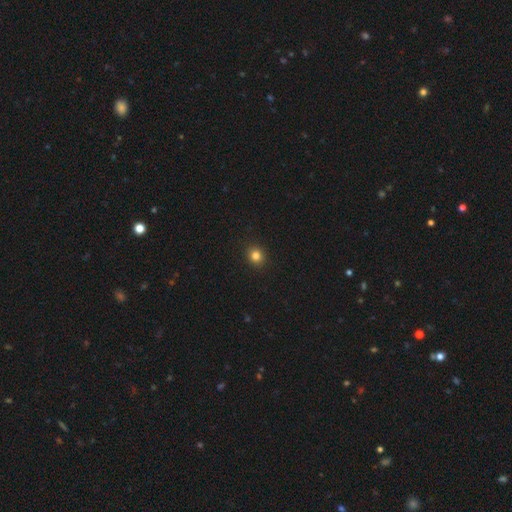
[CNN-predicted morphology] Q: Smooth or featured?
A: smooth (82%); runner-up: star or artifact (13%)
Q: How rounded?
A: round (83%); runner-up: in between (16%)
Q: Merging?
A: none (92%); runner-up: minor disturbance (5%)